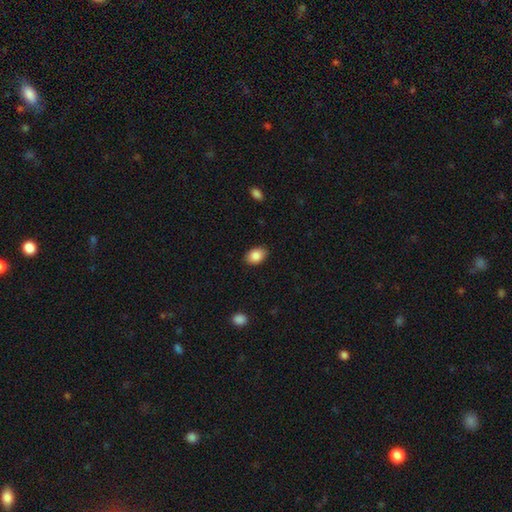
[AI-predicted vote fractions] A smooth galaxy with no disk features (88%) that is in between round and cigar-shaped (83%). Merging: none (87%).